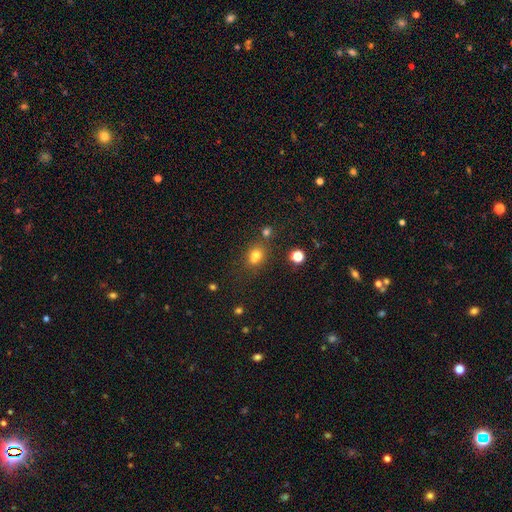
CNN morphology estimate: Smooth or featured? smooth (71%)
How rounded? round (56%)
Merging? none (47%)